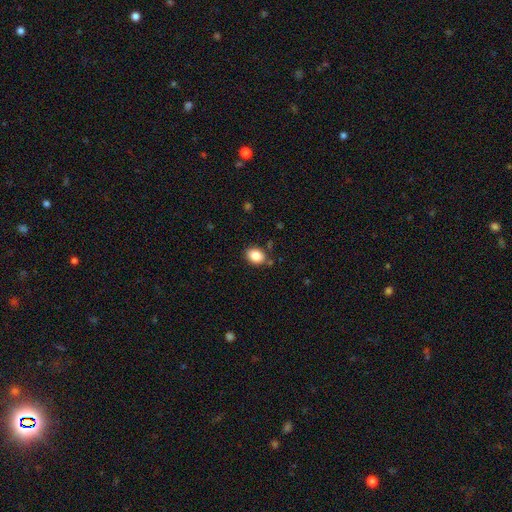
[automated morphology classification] The model was most divided on "how rounded": in between: 57%, round: 43%, cigar-shaped: 1%. More confident: smooth or featured — smooth (85%); merging — none (82%).